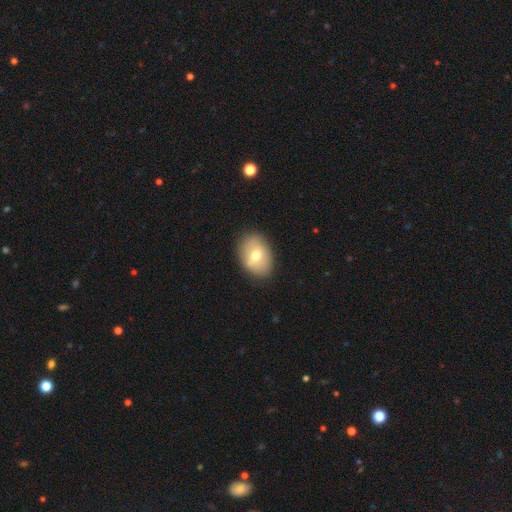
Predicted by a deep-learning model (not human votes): Overall: smooth (65%; featured or disk 27%). How rounded: in between (75%). Merging: none (83%).